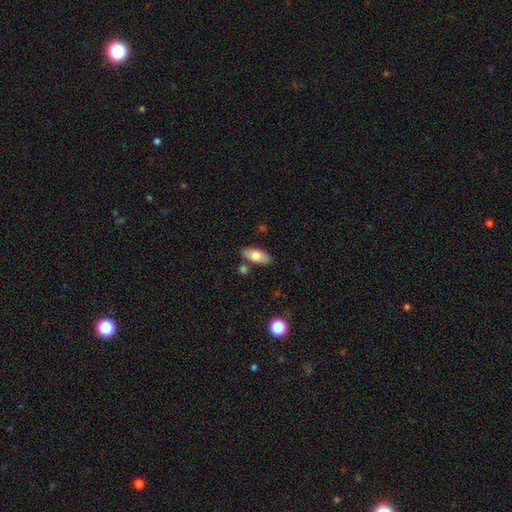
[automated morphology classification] Overall: smooth (76%). How rounded: in between (86%). Merging: none (80%).